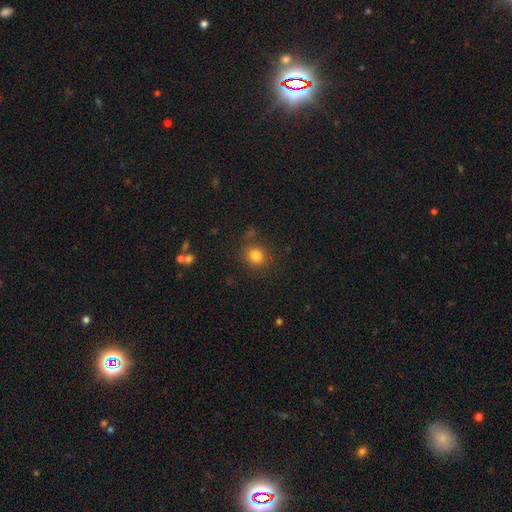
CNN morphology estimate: A smooth galaxy with no disk features (81%) that is round (81%).

Vote fractions:
- Smooth or featured? smooth: 81% / star or artifact: 13% / featured or disk: 7%
- How rounded? round: 81% / in between: 18% / cigar-shaped: 1%
- Merging? none: 80% / minor disturbance: 11% / merger: 5% / major disturbance: 4%